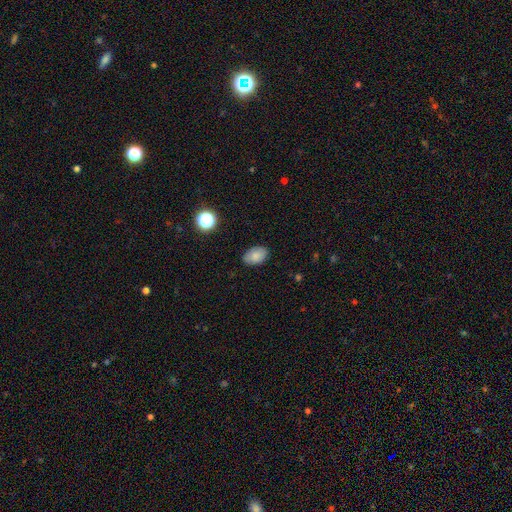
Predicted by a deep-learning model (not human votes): smooth_or_featured: smooth (p=0.85) [alt: star or artifact p=0.09]
how_rounded: in between (p=0.89) [alt: round p=0.10]
merging: none (p=0.85) [alt: minor disturbance p=0.12]